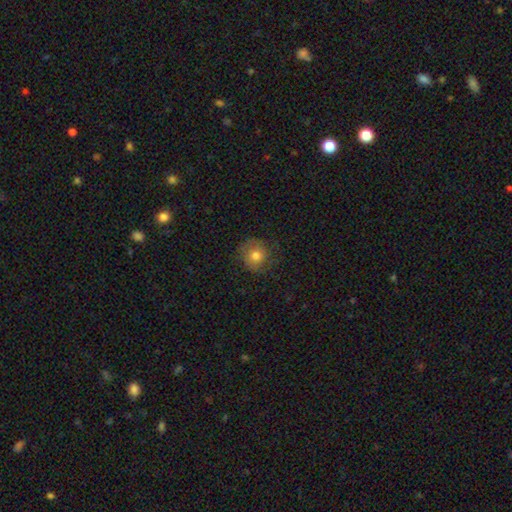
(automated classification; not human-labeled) Smooth or featured: smooth — 69% (featured or disk — 21%)
How rounded: round — 90% (in between — 9%)
Merging: none — 74% (minor disturbance — 16%)